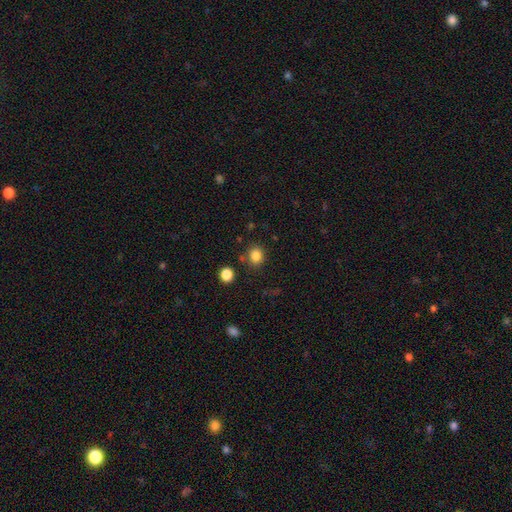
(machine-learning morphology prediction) Smooth or featured: smooth — 84% (star or artifact — 12%)
How rounded: round — 77% (in between — 23%)
Merging: none — 82% (minor disturbance — 9%)